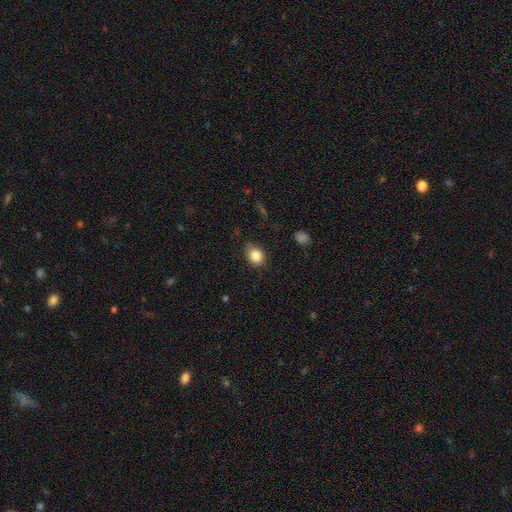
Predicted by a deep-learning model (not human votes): The model was most divided on "how rounded": round: 50%, in between: 49%, cigar-shaped: 1%. More confident: smooth or featured — smooth (84%); merging — none (81%).